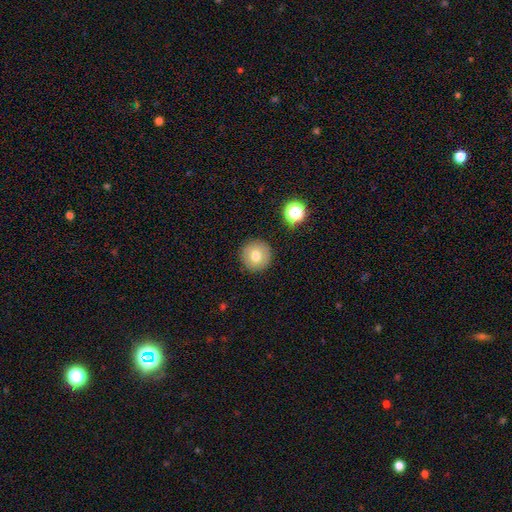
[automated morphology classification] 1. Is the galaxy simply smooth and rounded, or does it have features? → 75% smooth, 14% featured or disk, 11% star or artifact.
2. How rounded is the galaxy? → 95% round, 4% in between, 1% cigar-shaped.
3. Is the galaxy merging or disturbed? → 90% none, 6% minor disturbance, 2% major disturbance, 2% merger.